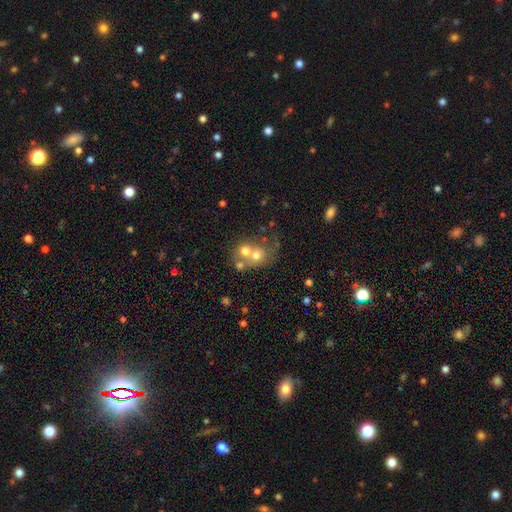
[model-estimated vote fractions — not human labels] Smooth or featured? Predicted: smooth (p=0.59). How rounded? Predicted: round (p=0.71). Merging? Predicted: merger (p=0.58).